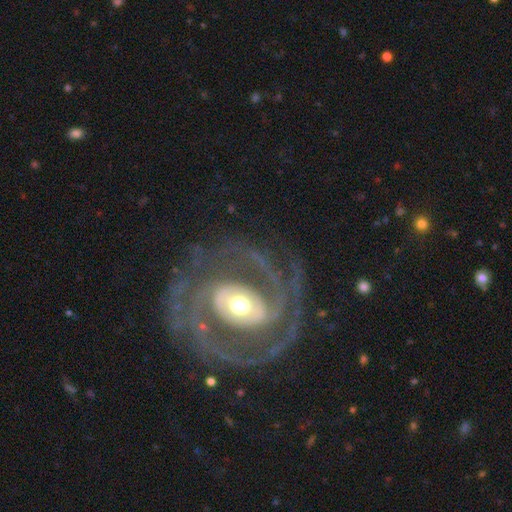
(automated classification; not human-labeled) Smooth or featured: featured or disk — 88% (smooth — 6%)
Edge-on disk: no — 96% (yes — 4%)
Bar: strong — 36% (no — 32%)
Spiral arms: yes — 92% (no — 8%)
Spiral winding: tight — 62% (medium — 31%)
Spiral arm count: 2 — 51% (can't tell — 17%)
Bulge size: moderate — 53% (small — 34%)
Merging: none — 75% (minor disturbance — 13%)